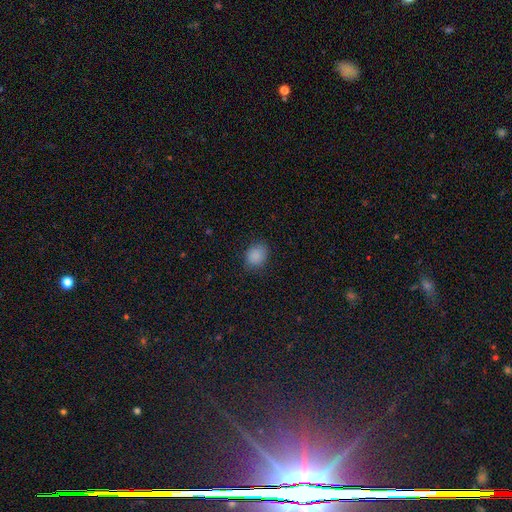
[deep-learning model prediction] This is clearly a smooth galaxy (87%). How rounded: possibly in between (51%). Merging: clearly none (82%).